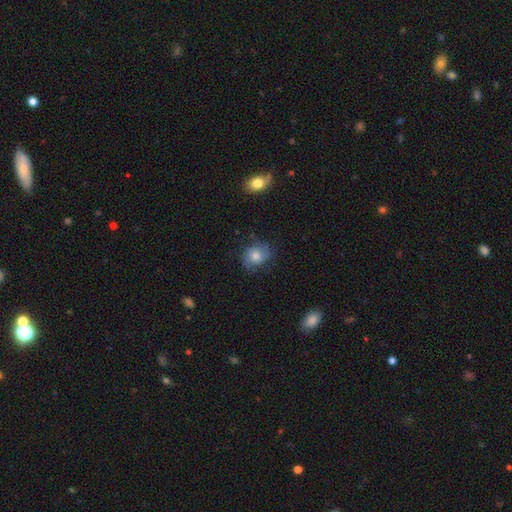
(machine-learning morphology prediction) type=smooth (51%); roundness=round (65%); merging=none (70%).